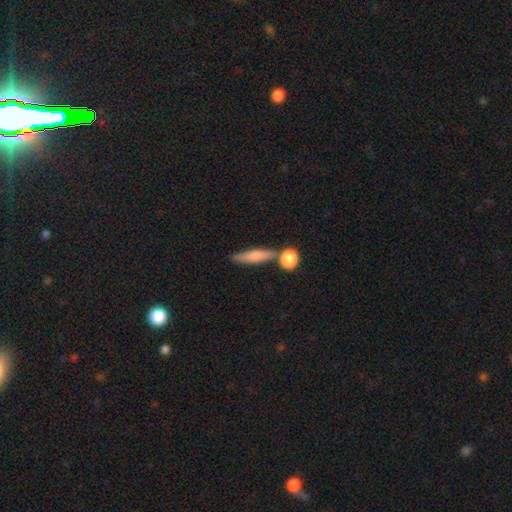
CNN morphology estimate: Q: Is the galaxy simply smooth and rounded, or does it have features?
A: smooth — 70%.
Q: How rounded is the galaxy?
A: cigar-shaped — 69%.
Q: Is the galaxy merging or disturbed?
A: none — 65%.